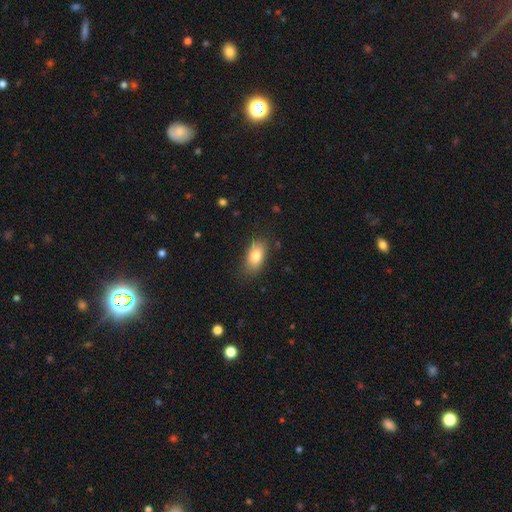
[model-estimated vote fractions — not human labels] smooth-or-featured: smooth: 81% | featured or disk: 11% | star or artifact: 8%
  how-rounded: in between: 89% | round: 7% | cigar-shaped: 4%
  merging: none: 79% | minor disturbance: 16% | major disturbance: 4% | merger: 1%